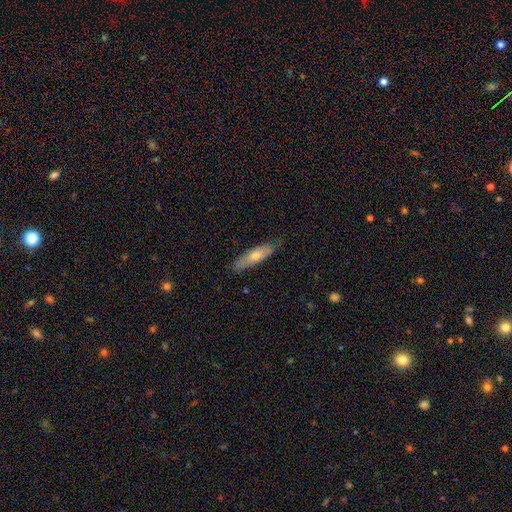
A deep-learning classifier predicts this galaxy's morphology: A smooth galaxy with no disk features (56%) that is cigar-shaped (60%).

Vote fractions:
- Smooth or featured? smooth: 56% / featured or disk: 38% / star or artifact: 6%
- How rounded? cigar-shaped: 60% / in between: 37% / round: 2%
- Merging? none: 77% / minor disturbance: 19% / major disturbance: 3% / merger: 1%